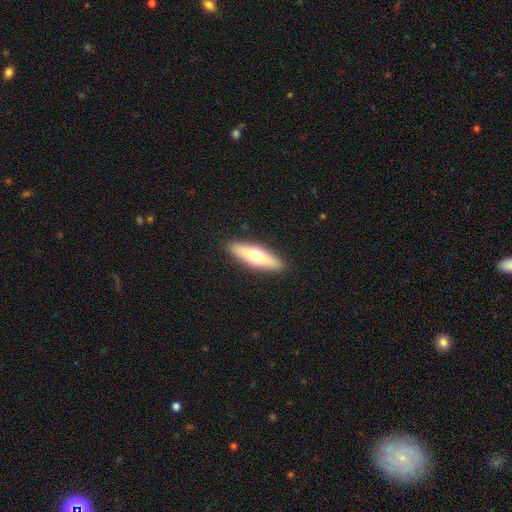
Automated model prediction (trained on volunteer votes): Morphology: type=smooth (59%); roundness=cigar-shaped (59%); merging=none (90%).